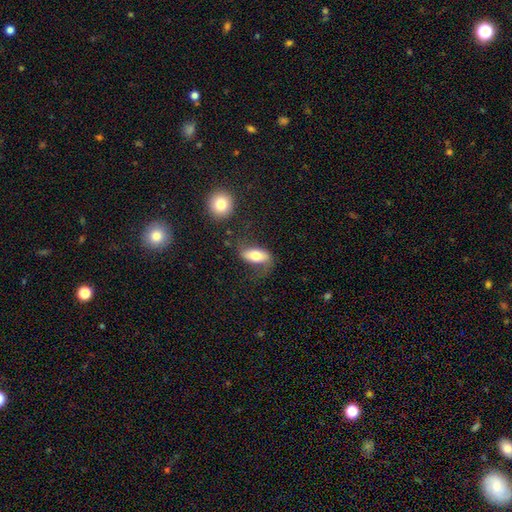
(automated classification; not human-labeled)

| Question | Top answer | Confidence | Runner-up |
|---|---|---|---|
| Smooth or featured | smooth | 61% | featured or disk (32%) |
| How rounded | in between | 83% | cigar-shaped (13%) |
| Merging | none | 52% | minor disturbance (23%) |